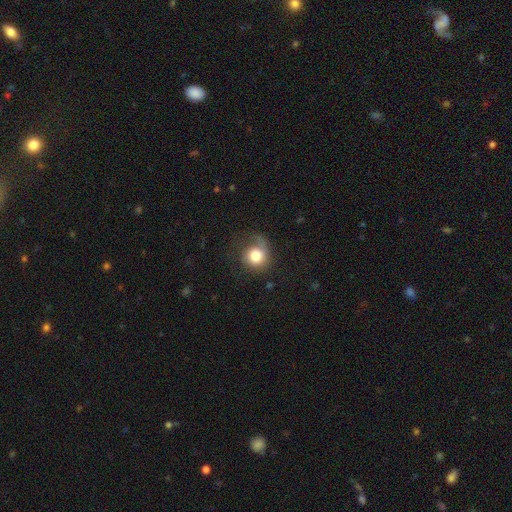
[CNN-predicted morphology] type=smooth (74%); roundness=round (81%); merging=none (47%).